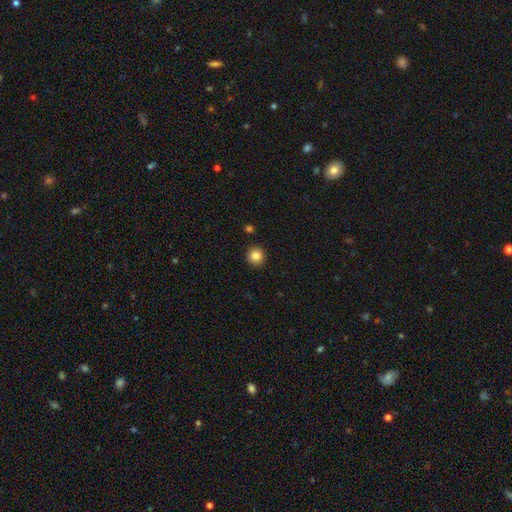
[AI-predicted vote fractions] The model was most divided on "smooth or featured": smooth: 85%, star or artifact: 10%, featured or disk: 5%. More confident: how rounded — round (94%); merging — none (92%).